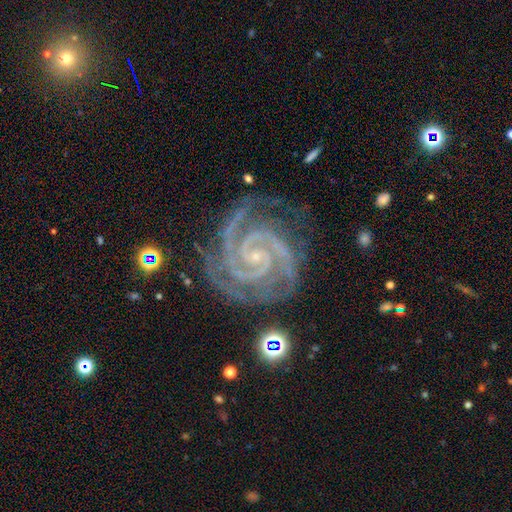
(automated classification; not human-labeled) Morphology: type=featured or disk (93%); edge-on=no (98%); bar=no (49%); spiral arms=yes (99%); winding=tight (80%); arm count=2 (56%); bulge=small (85%); merging=none (75%).